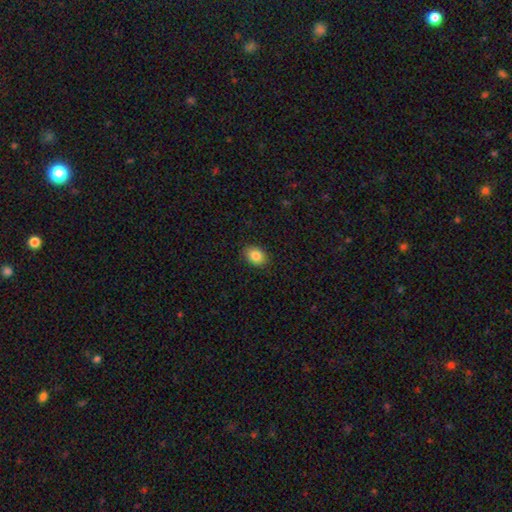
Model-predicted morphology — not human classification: smooth_or_featured: smooth (p=0.85) [alt: star or artifact p=0.09]
how_rounded: in between (p=0.65) [alt: round p=0.34]
merging: none (p=0.89) [alt: minor disturbance p=0.08]